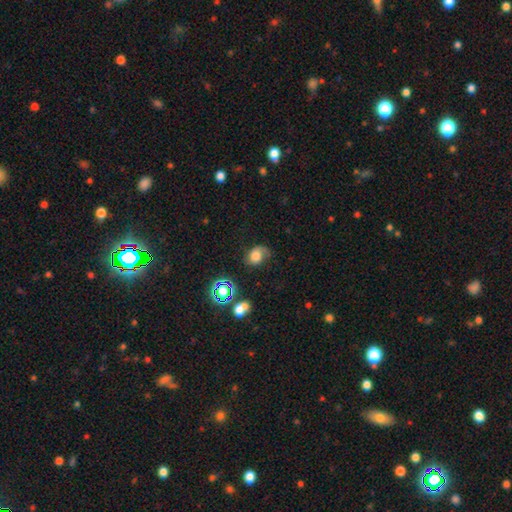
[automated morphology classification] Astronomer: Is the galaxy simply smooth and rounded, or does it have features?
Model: smooth — 59%.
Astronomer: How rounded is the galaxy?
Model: in between — 54% (runner-up: round, 45%).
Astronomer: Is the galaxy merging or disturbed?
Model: none — 47% (runner-up: minor disturbance, 30%).